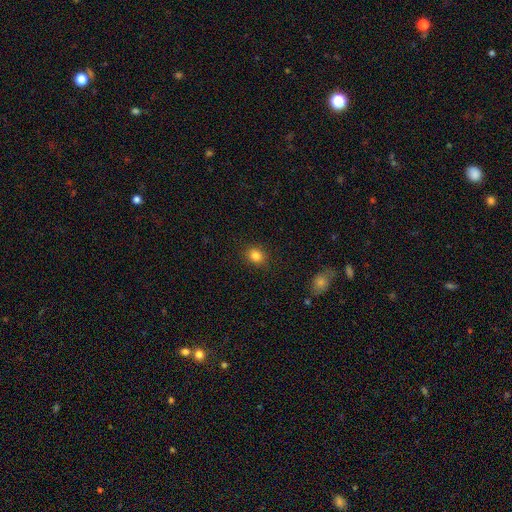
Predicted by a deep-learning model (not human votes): smooth-or-featured: smooth: 83% | star or artifact: 11% | featured or disk: 6%
  how-rounded: round: 65% | in between: 34% | cigar-shaped: 1%
  merging: none: 88% | minor disturbance: 8% | major disturbance: 2% | merger: 1%